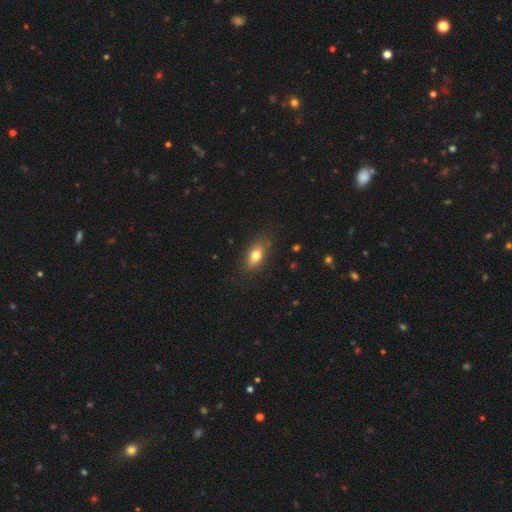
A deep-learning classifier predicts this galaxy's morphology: smooth-or-featured: smooth: 77% | featured or disk: 15% | star or artifact: 8%
  how-rounded: in between: 83% | cigar-shaped: 9% | round: 8%
  merging: none: 80% | minor disturbance: 15% | major disturbance: 4% | merger: 1%